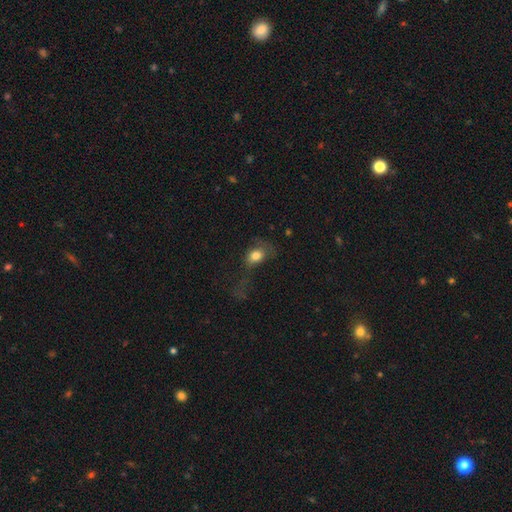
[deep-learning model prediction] The model was most divided on "merging": major disturbance: 48%, none: 26%, minor disturbance: 22%, merger: 4%. More confident: smooth or featured — smooth (77%); how rounded — in between (65%).